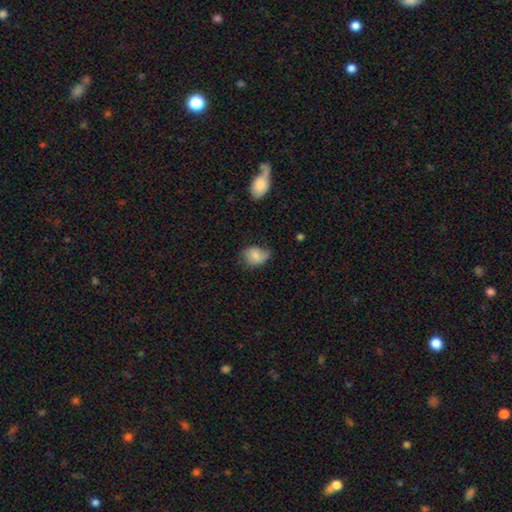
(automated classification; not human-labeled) This appears to be a smooth galaxy with no disk features (73%) that is in between round and cigar-shaped (67%). Merging: none (47%).